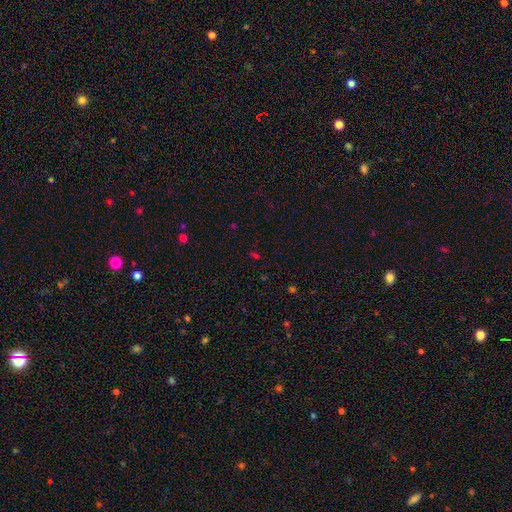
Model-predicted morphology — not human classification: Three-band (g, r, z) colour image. It shows a star or artifact, not a galaxy (55%).